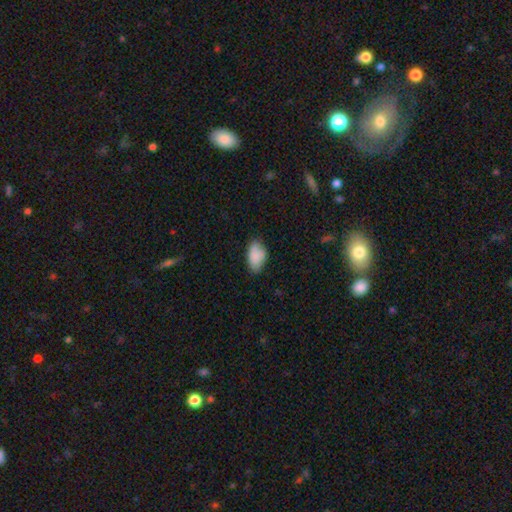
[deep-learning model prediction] Overall: smooth (85%). How rounded: in between (92%). Merging: none (67%).